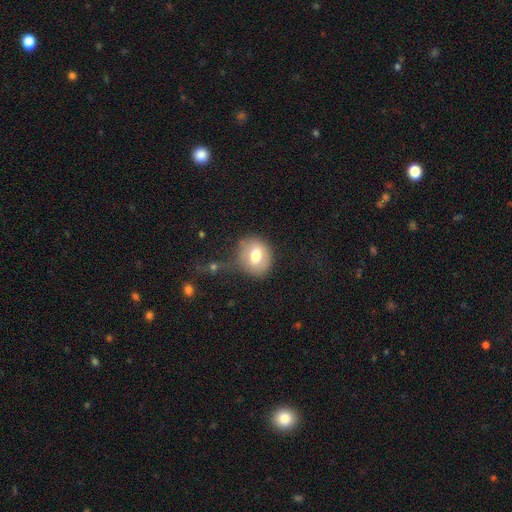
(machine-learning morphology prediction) This appears to be a smooth galaxy with no disk features (70%) that is round (69%). Merging: none (64%).